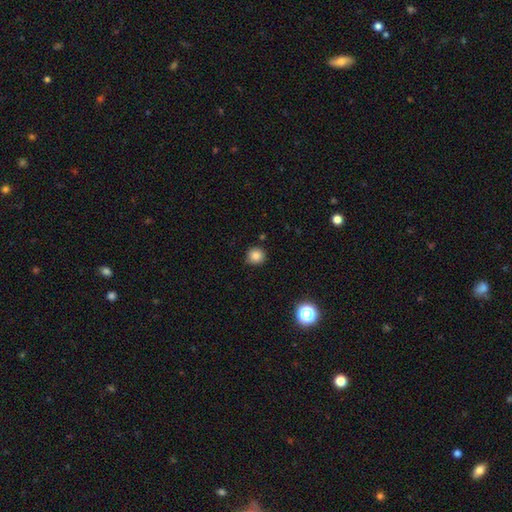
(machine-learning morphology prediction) Q: Smooth or featured?
A: smooth (83%); runner-up: star or artifact (12%)
Q: How rounded?
A: round (93%); runner-up: in between (6%)
Q: Merging?
A: none (87%); runner-up: minor disturbance (9%)